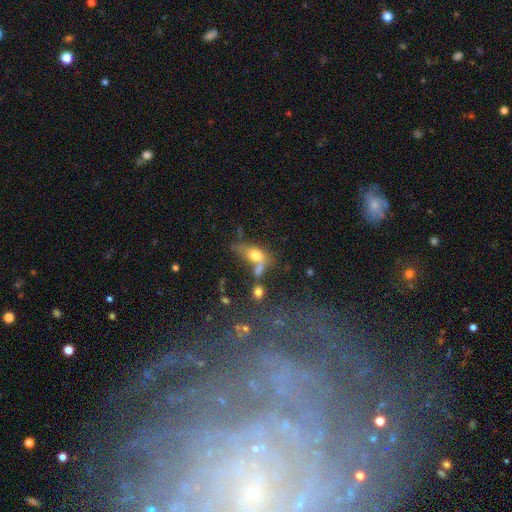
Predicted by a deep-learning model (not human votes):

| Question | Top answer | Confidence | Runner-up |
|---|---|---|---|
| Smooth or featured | smooth | 65% | featured or disk (23%) |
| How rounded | in between | 74% | round (15%) |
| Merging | merger | 40% | none (26%) |